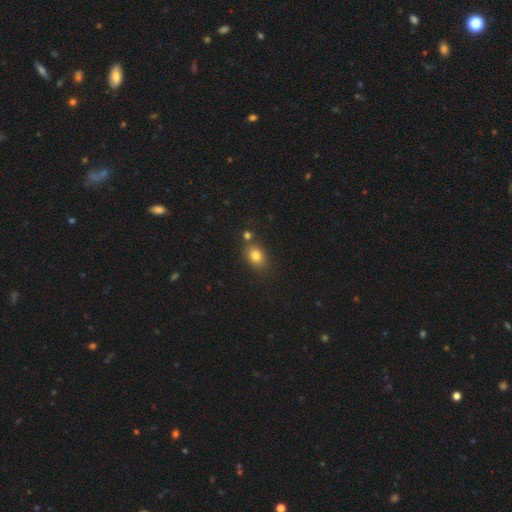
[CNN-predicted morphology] smooth 81%, star or artifact 11%, featured or disk 8%. Down the decision tree: how rounded — in between (65%); merging — none (72%).